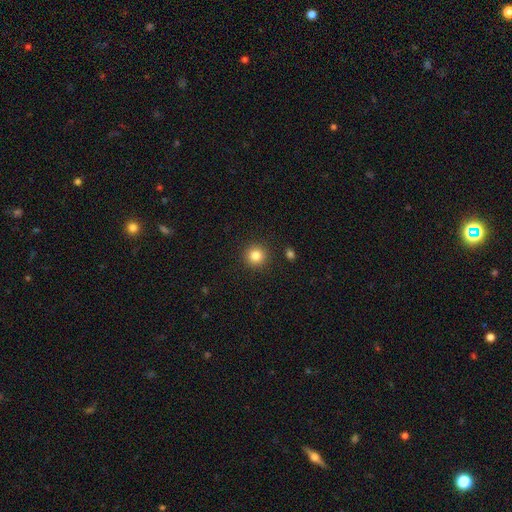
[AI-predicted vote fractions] Morphology: type=smooth (84%); roundness=round (94%); merging=none (91%).